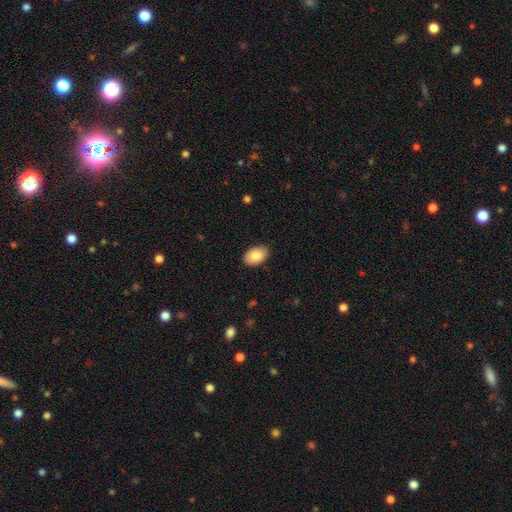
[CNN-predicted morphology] smooth 86%, featured or disk 8%, star or artifact 6%. Down the decision tree: how rounded — in between (91%); merging — none (88%).